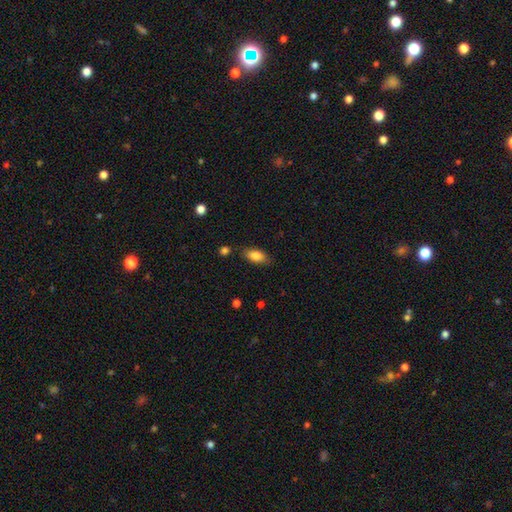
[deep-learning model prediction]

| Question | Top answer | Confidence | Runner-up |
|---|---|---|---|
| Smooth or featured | smooth | 83% | featured or disk (9%) |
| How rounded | in between | 87% | cigar-shaped (9%) |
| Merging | none | 80% | minor disturbance (14%) |